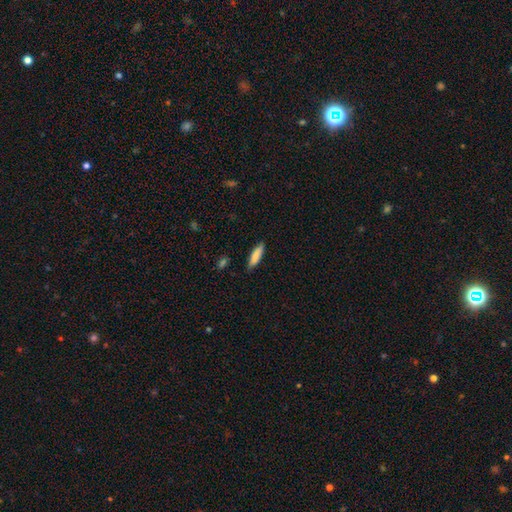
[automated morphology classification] A smooth galaxy with no disk features (85%) that is cigar-shaped (65%).

Vote fractions:
- Smooth or featured? smooth: 85% / featured or disk: 9% / star or artifact: 6%
- How rounded? cigar-shaped: 65% / in between: 33% / round: 1%
- Merging? none: 81% / minor disturbance: 15% / major disturbance: 2% / merger: 2%